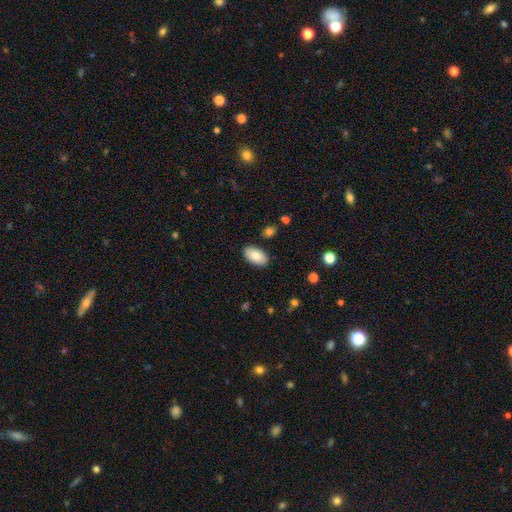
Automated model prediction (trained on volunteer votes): This appears to be a smooth galaxy with no disk features (84%) that is in between round and cigar-shaped (95%). Merging: none (87%).